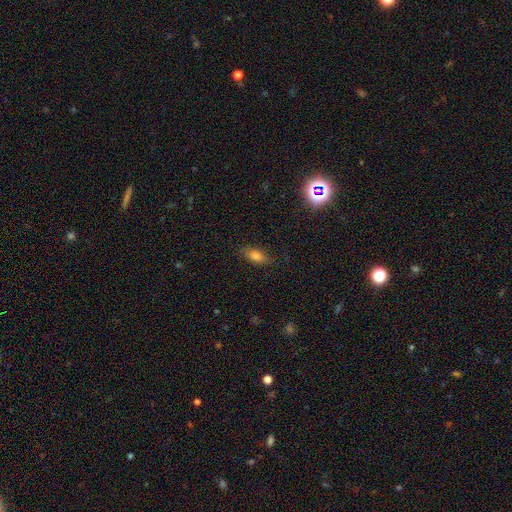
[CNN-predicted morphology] smooth 73%, featured or disk 14%, star or artifact 13%. Down the decision tree: how rounded — in between (77%); merging — none (83%).